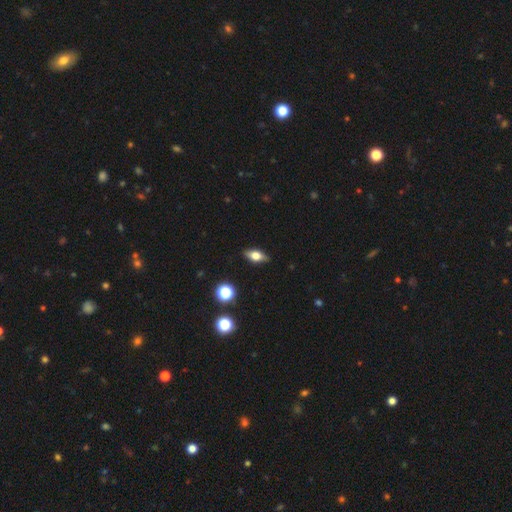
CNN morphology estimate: The model was most divided on "smooth or featured": smooth: 51%, featured or disk: 40%, star or artifact: 9%. More confident: merging — none (87%); how rounded — in between (73%).